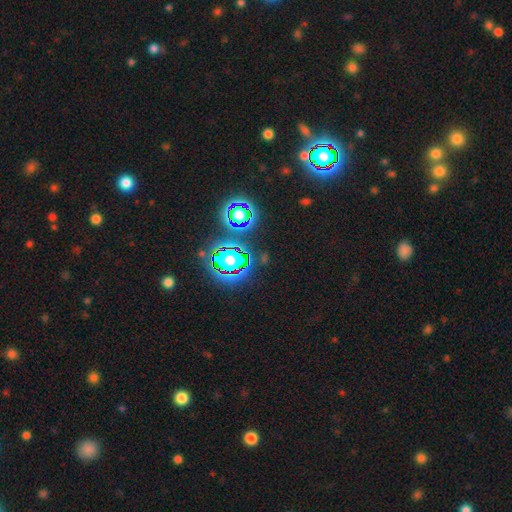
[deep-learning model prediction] star or artifact 80%, smooth 13%, featured or disk 7%.